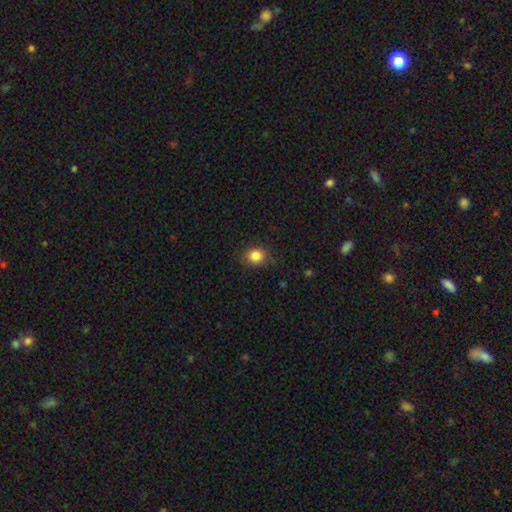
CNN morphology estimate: A smooth galaxy with no disk features (85%) that is round (78%).

Vote fractions:
- Smooth or featured? smooth: 85% / star or artifact: 11% / featured or disk: 4%
- How rounded? round: 78% / in between: 21% / cigar-shaped: 1%
- Merging? none: 85% / minor disturbance: 11% / major disturbance: 3% / merger: 1%